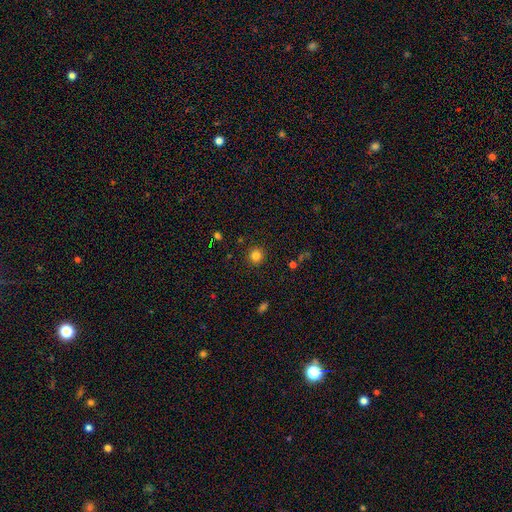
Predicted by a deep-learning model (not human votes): This is clearly a smooth galaxy (81%). How rounded: clearly round (94%). Merging: clearly none (91%).